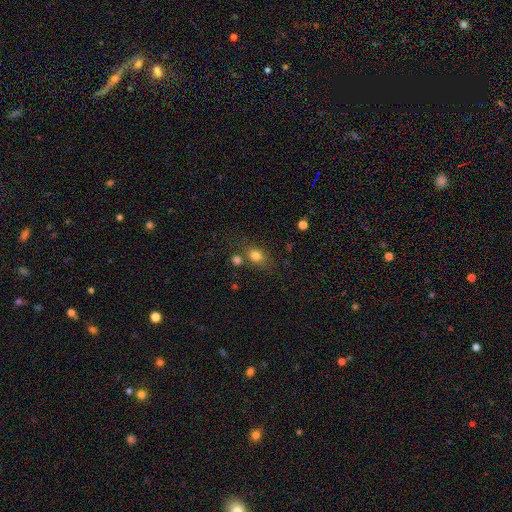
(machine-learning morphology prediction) Q: Smooth or featured?
A: smooth (80%); runner-up: star or artifact (12%)
Q: How rounded?
A: in between (58%); runner-up: round (40%)
Q: Merging?
A: none (63%); runner-up: merger (16%)